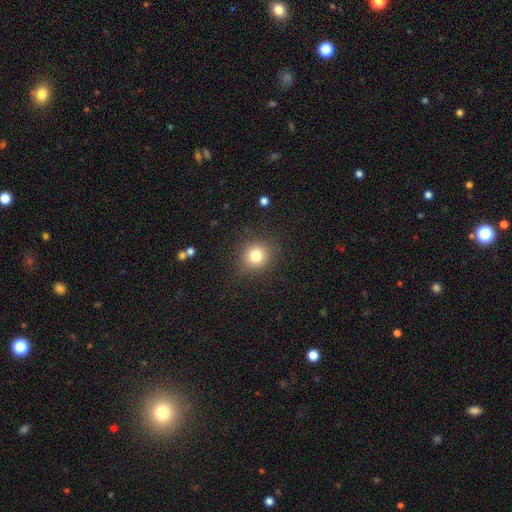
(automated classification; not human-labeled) Morphology: type=smooth (79%); roundness=round (86%); merging=none (86%).